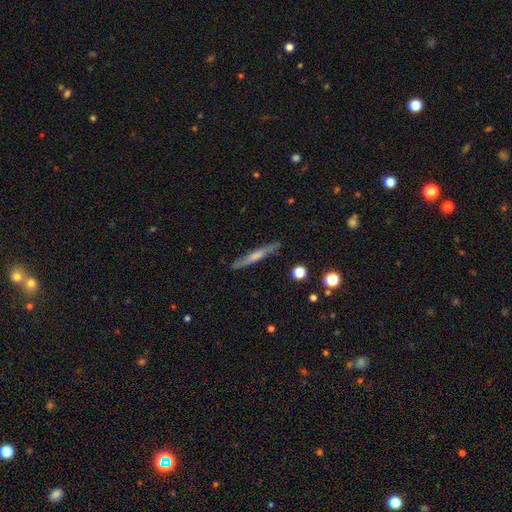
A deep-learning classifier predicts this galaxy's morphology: Q: Smooth or featured?
A: featured or disk (58%); runner-up: smooth (35%)
Q: Edge-on disk?
A: yes (94%); runner-up: no (6%)
Q: Edge-on bulge?
A: rounded (45%); runner-up: none (39%)
Q: Merging?
A: none (88%); runner-up: minor disturbance (9%)